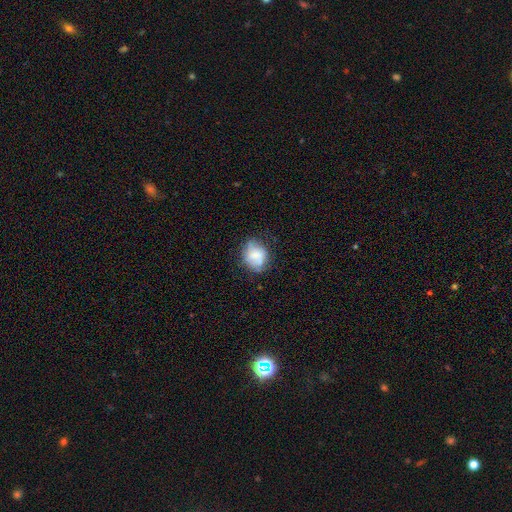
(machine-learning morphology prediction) Smooth or featured? smooth (62%)
How rounded? round (58%)
Merging? none (59%)